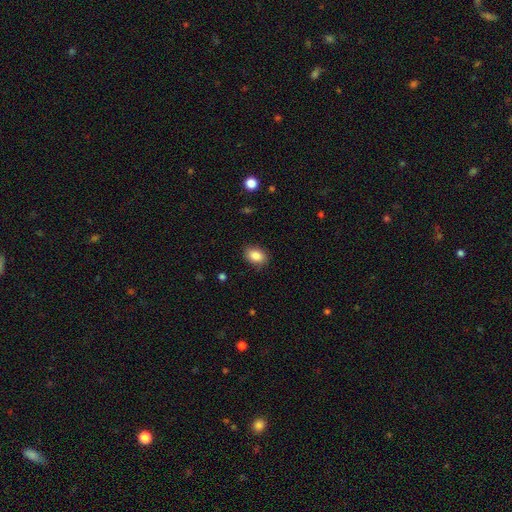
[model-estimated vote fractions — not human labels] Smooth or featured: smooth — 85% (star or artifact — 8%)
How rounded: in between — 78% (round — 21%)
Merging: none — 87% (minor disturbance — 10%)